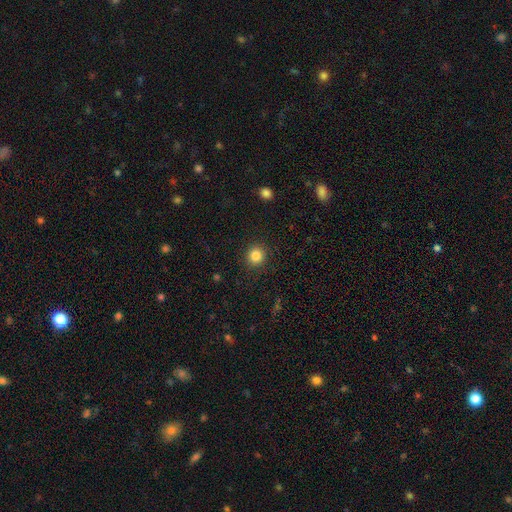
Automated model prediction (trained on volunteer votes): smooth-or-featured: smooth: 84% | star or artifact: 11% | featured or disk: 5%
  how-rounded: round: 91% | in between: 8% | cigar-shaped: 1%
  merging: none: 91% | minor disturbance: 5% | major disturbance: 2% | merger: 1%